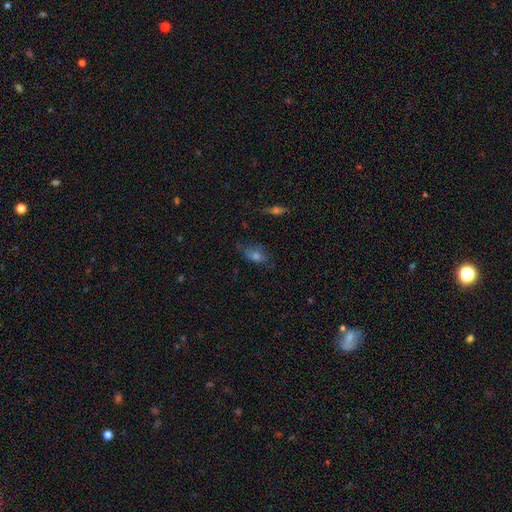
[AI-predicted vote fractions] A smooth galaxy with no disk features (58%) that is in between round and cigar-shaped (74%). Merging: none (66%).